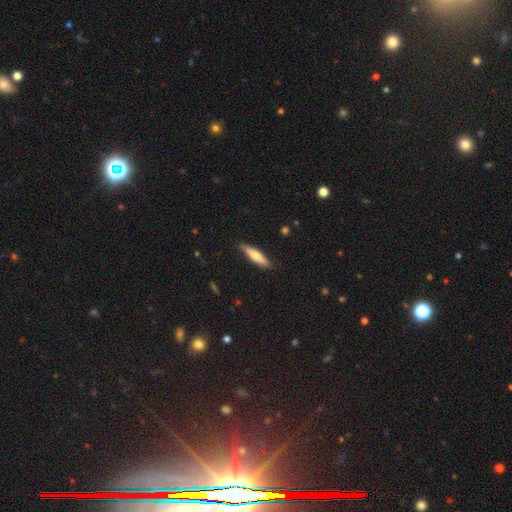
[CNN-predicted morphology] Overall: smooth (61%; featured or disk 33%). How rounded: cigar-shaped (75%). Merging: none (86%).